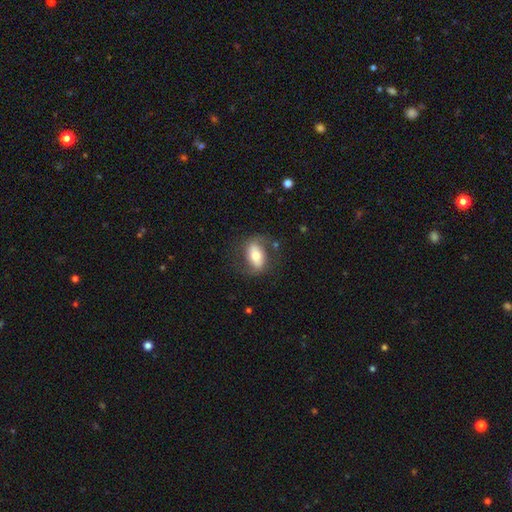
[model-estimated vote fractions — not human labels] This is possibly a smooth galaxy (49%). Merging: likely none (68%).